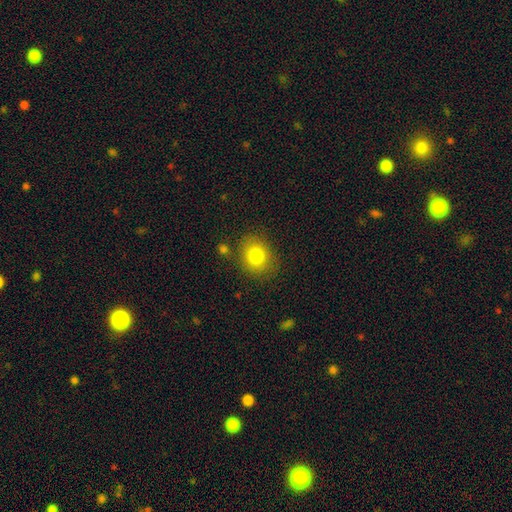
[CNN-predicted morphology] The model was most divided on "how rounded": round: 64%, in between: 35%, cigar-shaped: 1%. More confident: merging — none (81%); smooth or featured — smooth (80%).